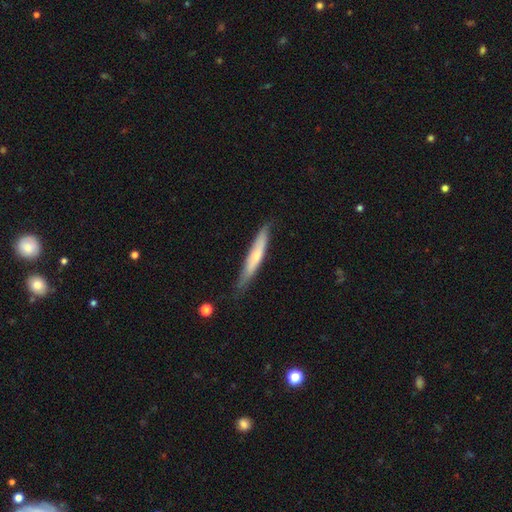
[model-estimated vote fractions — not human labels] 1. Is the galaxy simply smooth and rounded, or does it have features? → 53% smooth, 41% featured or disk, 6% star or artifact.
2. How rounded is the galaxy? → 93% cigar-shaped, 6% in between, 1% round.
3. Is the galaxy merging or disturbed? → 78% none, 18% minor disturbance, 3% major disturbance, 2% merger.